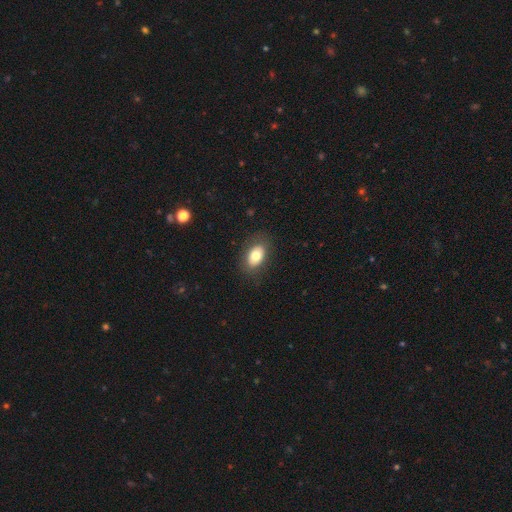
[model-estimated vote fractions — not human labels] This is likely a smooth galaxy (76%). How rounded: clearly in between (87%). Merging: clearly none (84%).